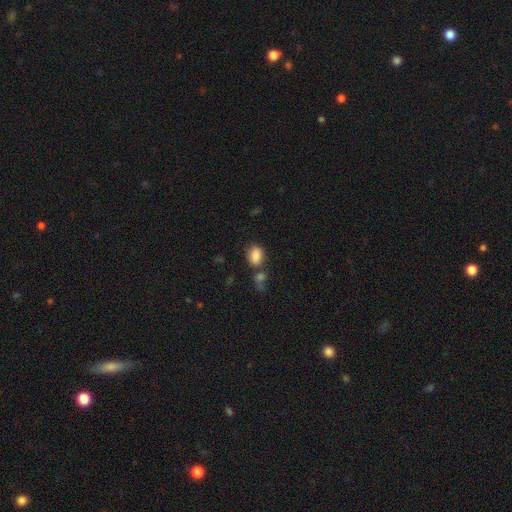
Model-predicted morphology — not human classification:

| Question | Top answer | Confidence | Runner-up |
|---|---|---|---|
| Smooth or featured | smooth | 85% | star or artifact (9%) |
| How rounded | in between | 76% | round (22%) |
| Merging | none | 54% | merger (25%) |